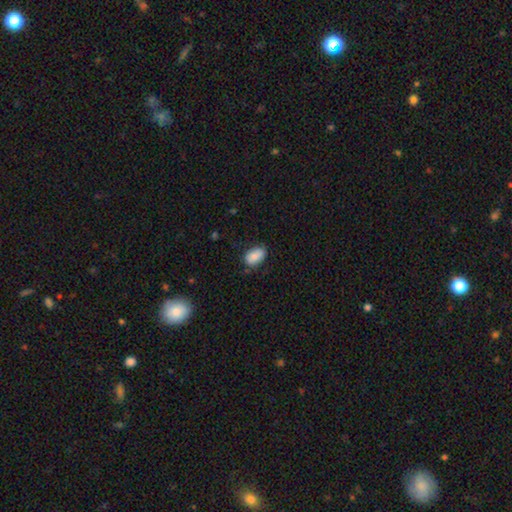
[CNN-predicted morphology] The model was most divided on "merging": none: 75%, minor disturbance: 20%, major disturbance: 4%, merger: 2%. More confident: how rounded — in between (91%); smooth or featured — smooth (85%).